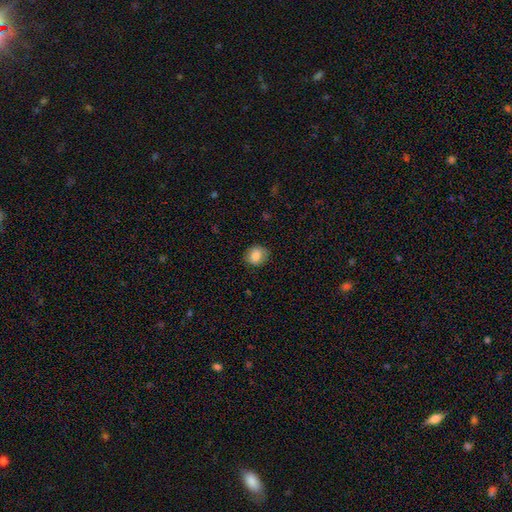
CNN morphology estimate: Smooth or featured? smooth (84%)
How rounded? round (65%)
Merging? none (85%)